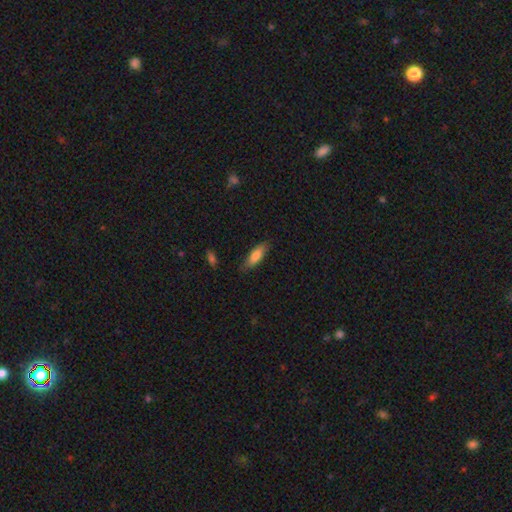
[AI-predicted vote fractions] Smooth or featured? Predicted: smooth (p=0.80). How rounded? Predicted: in between (p=0.54). Merging? Predicted: none (p=0.80).